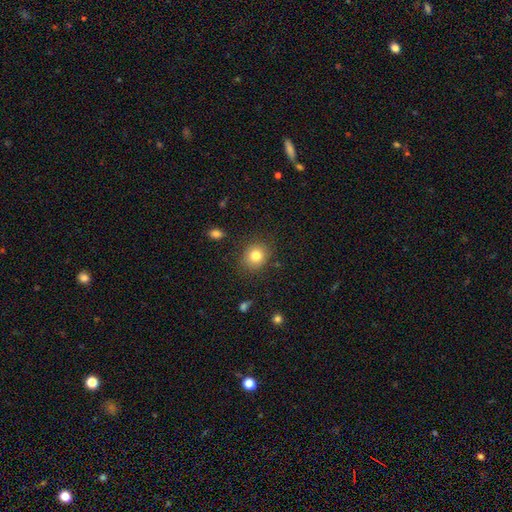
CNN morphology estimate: Smooth or featured? smooth (81%)
How rounded? round (73%)
Merging? none (85%)